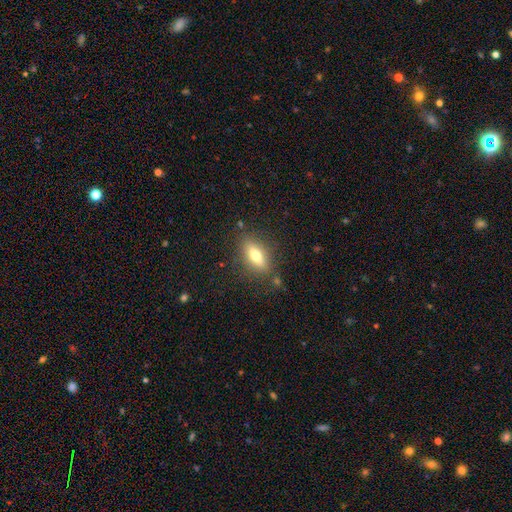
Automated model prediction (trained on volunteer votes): A smooth galaxy with no disk features (65%) that is in between round and cigar-shaped (72%). Merging: none (82%).